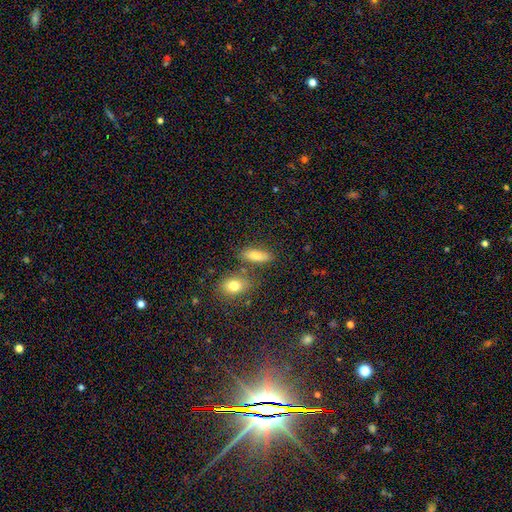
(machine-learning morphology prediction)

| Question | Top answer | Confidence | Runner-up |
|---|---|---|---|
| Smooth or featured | smooth | 75% | featured or disk (14%) |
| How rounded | in between | 63% | cigar-shaped (32%) |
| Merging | none | 75% | minor disturbance (12%) |